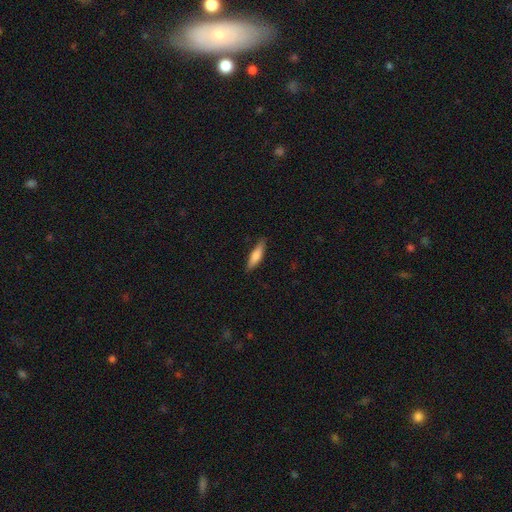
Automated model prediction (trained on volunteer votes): Q: Smooth or featured?
A: smooth (75%); runner-up: featured or disk (20%)
Q: How rounded?
A: cigar-shaped (65%); runner-up: in between (34%)
Q: Merging?
A: none (86%); runner-up: minor disturbance (11%)